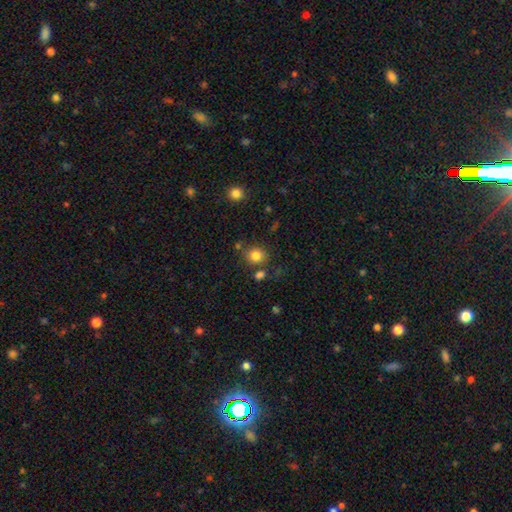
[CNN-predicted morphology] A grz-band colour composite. It shows a smooth galaxy with no disk features (82%) that is round (82%). Merging: none (75%).